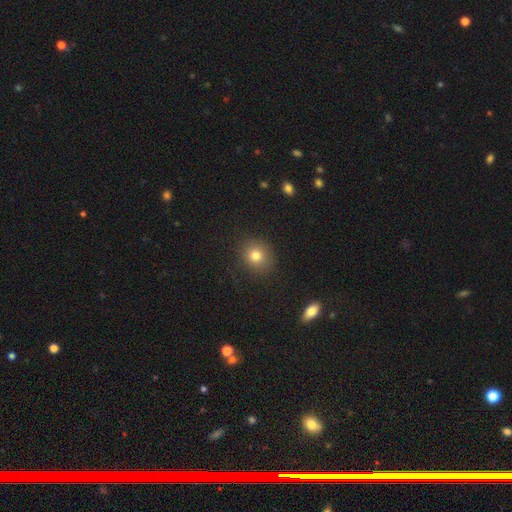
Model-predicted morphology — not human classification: A smooth galaxy with no disk features (79%) that is round (80%). Merging: none (86%).